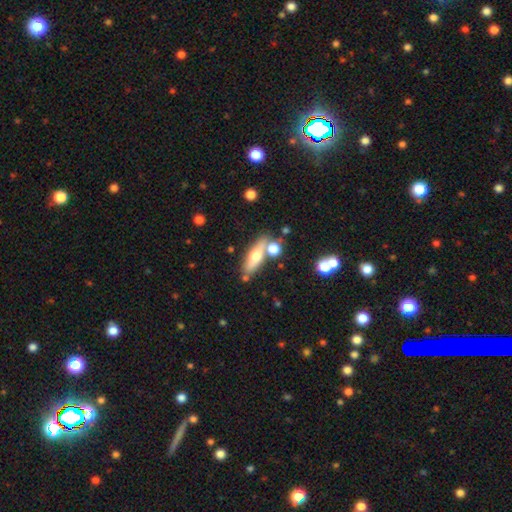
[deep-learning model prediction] smooth 54%, featured or disk 38%, star or artifact 8%. Down the decision tree: how rounded — in between (50%); merging — none (67%).